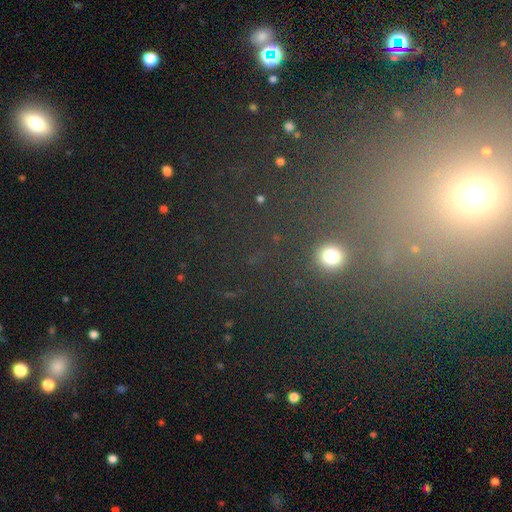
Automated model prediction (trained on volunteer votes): The model was most divided on "smooth or featured": star or artifact: 57%, smooth: 33%, featured or disk: 10%.